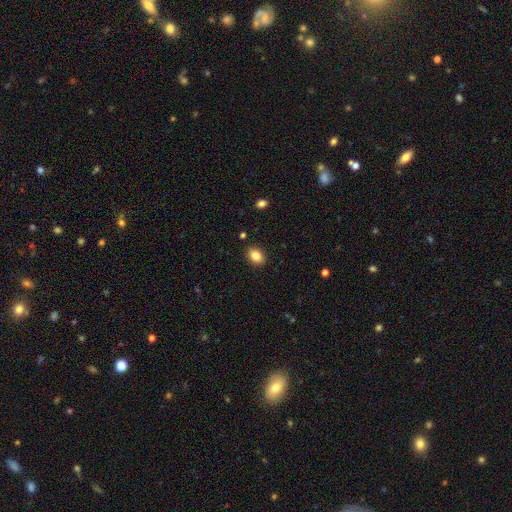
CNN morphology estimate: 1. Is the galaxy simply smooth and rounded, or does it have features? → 84% smooth, 9% star or artifact, 7% featured or disk.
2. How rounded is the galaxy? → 75% in between, 23% round, 1% cigar-shaped.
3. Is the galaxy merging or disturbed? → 89% none, 8% minor disturbance, 2% major disturbance, 1% merger.